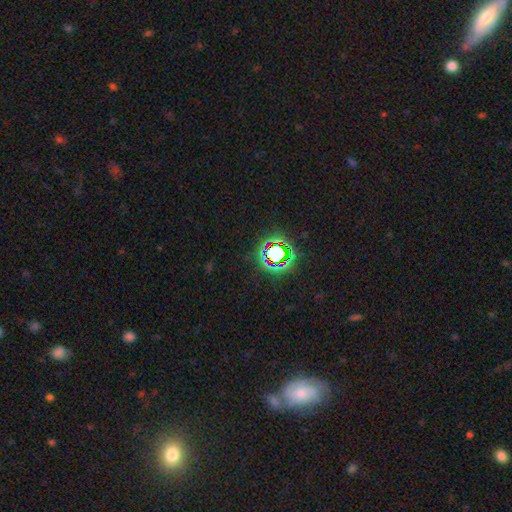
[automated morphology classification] smooth_or_featured: star or artifact (p=0.76) [alt: smooth p=0.14]